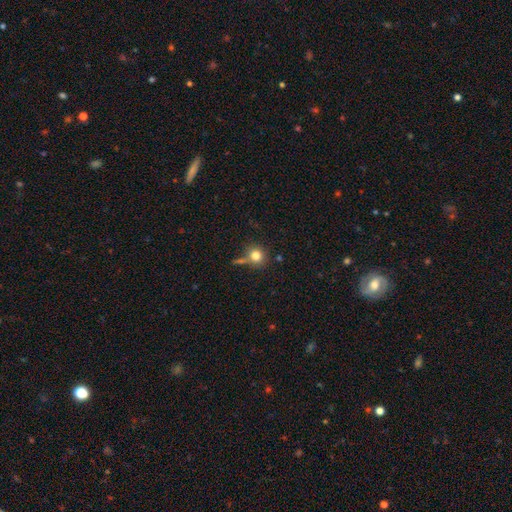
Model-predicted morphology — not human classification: This appears to be a smooth galaxy with no disk features (80%) that is round (88%). Merging: none (66%).